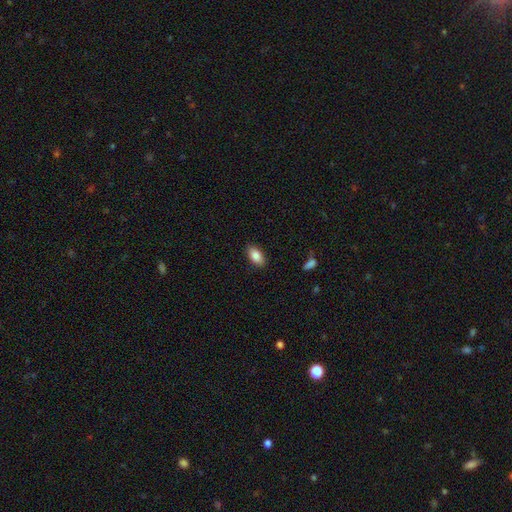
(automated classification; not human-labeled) Q: Smooth or featured?
A: smooth (85%); runner-up: featured or disk (8%)
Q: How rounded?
A: in between (92%); runner-up: cigar-shaped (5%)
Q: Merging?
A: none (88%); runner-up: minor disturbance (9%)